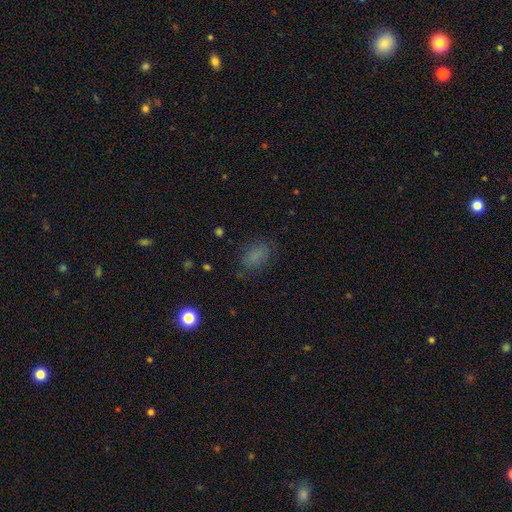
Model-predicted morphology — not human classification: Smooth or featured?
  - smooth: 75% *
  - star or artifact: 14%
  - featured or disk: 10%
How rounded?
  - in between: 82% *
  - round: 16%
  - cigar-shaped: 2%
Merging?
  - none: 72% *
  - minor disturbance: 19%
  - major disturbance: 8%
  - merger: 1%